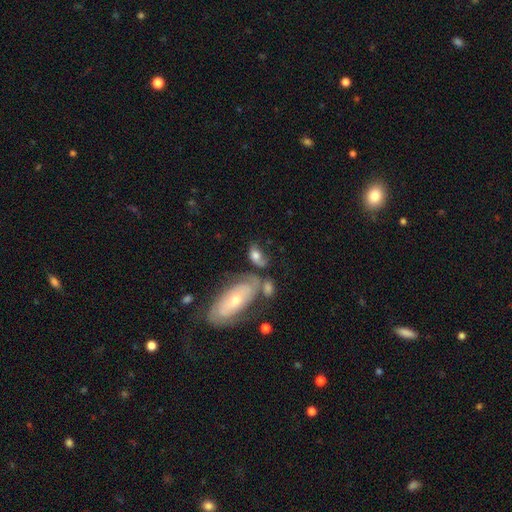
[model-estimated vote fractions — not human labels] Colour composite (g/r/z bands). It shows a smooth galaxy with no disk features (62%) that is in between round and cigar-shaped (84%). Merging: none (35%).